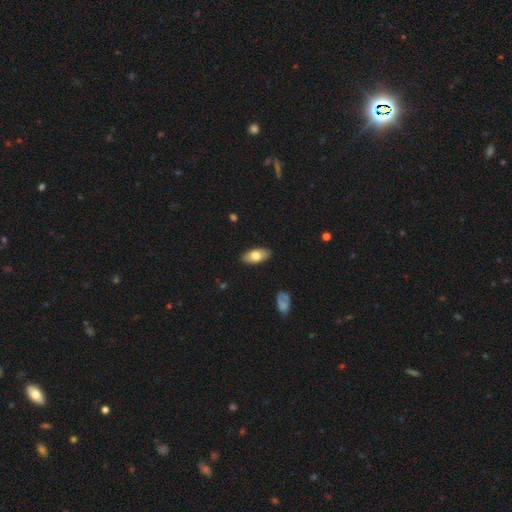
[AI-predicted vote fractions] smooth-or-featured: smooth: 71% | featured or disk: 23% | star or artifact: 6%
  how-rounded: in between: 91% | cigar-shaped: 6% | round: 3%
  merging: none: 88% | minor disturbance: 9% | major disturbance: 2% | merger: 1%